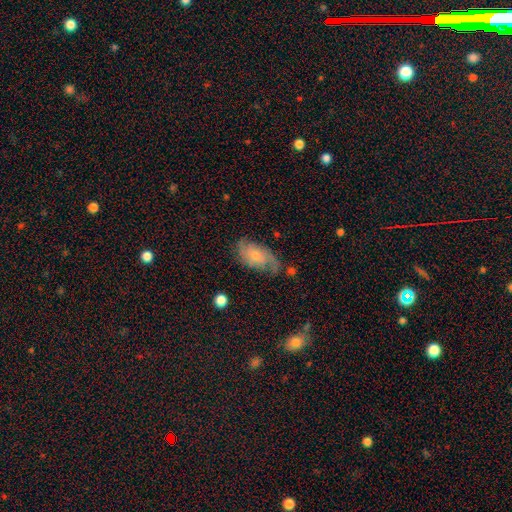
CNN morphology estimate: This is possibly a featured or disk galaxy (59%). It is clearly not viewed edge-on (93%). Bar: likely no (74%). Spiral arm pattern: clearly yes (85%). Central bulge: possibly small (52%). Merging: likely none (60%).